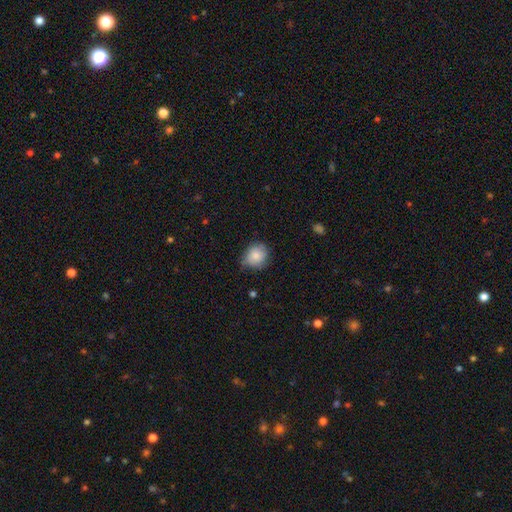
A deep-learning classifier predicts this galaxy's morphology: Smooth or featured? Predicted: smooth (p=0.83). How rounded? Predicted: round (p=0.77). Merging? Predicted: none (p=0.68).